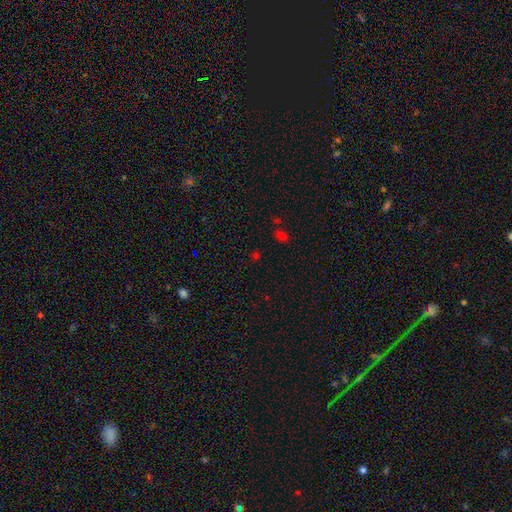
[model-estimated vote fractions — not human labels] smooth_or_featured: star or artifact (p=0.48) [alt: smooth p=0.46]